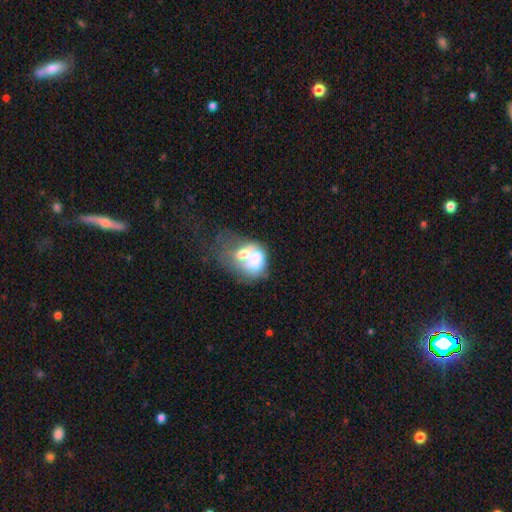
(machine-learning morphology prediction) This is possibly a smooth galaxy (53%). How rounded: likely in between (65%). Merging: likely merger (65%).